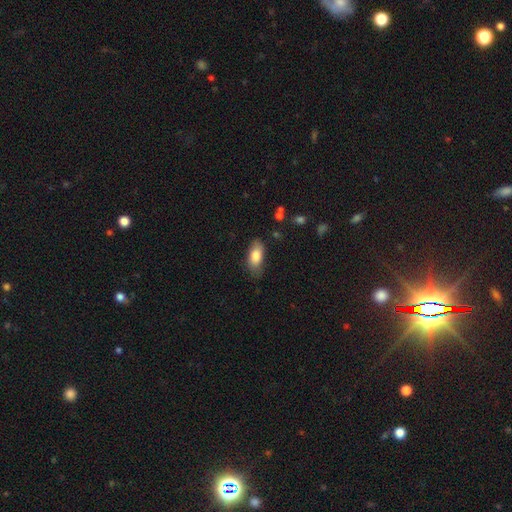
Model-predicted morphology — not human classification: smooth-or-featured: smooth: 81% | featured or disk: 13% | star or artifact: 6%
  how-rounded: in between: 87% | cigar-shaped: 10% | round: 3%
  merging: none: 74% | minor disturbance: 20% | major disturbance: 4% | merger: 1%